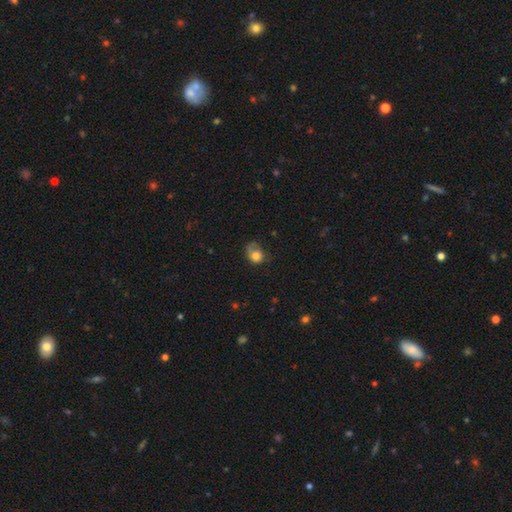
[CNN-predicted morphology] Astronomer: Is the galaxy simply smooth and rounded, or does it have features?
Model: smooth — 71%.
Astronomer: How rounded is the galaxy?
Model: round — 60% (runner-up: in between, 39%).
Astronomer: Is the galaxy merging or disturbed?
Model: none — 38% (runner-up: minor disturbance, 30%).